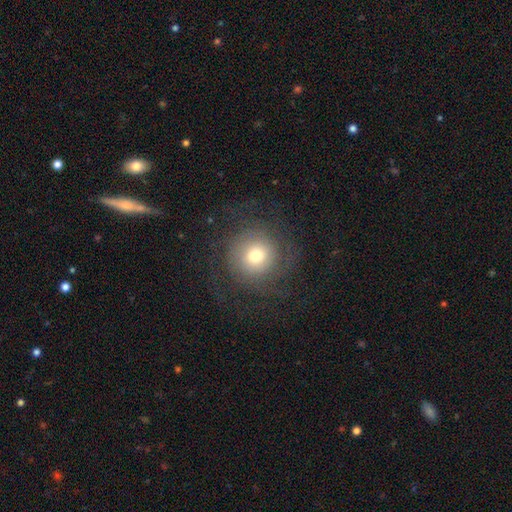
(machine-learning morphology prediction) This appears to be a smooth galaxy with no disk features (47%). Merging: none (72%).